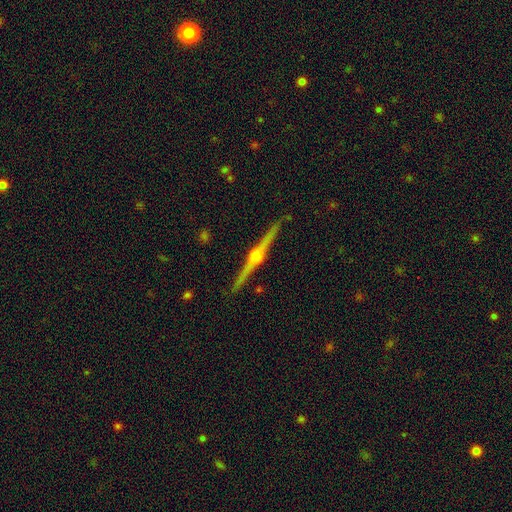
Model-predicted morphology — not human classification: Overall: featured or disk (87%). Edge-on disk: yes (99%). Edge-on bulge: rounded (91%). Merging: none (93%).